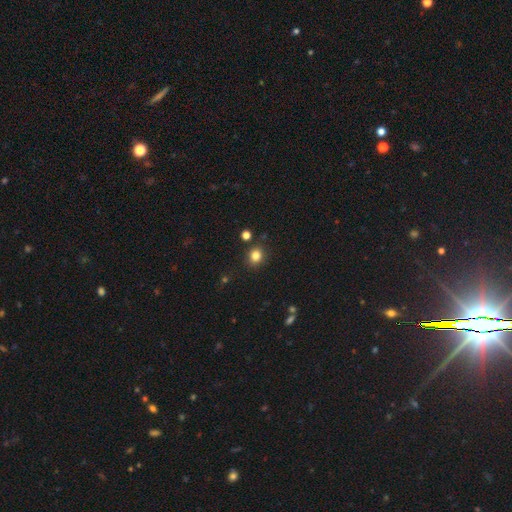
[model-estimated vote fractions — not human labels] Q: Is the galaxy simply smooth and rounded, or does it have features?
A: smooth — 82%.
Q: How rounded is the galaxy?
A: round — 77%.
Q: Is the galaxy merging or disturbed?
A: none — 86%.